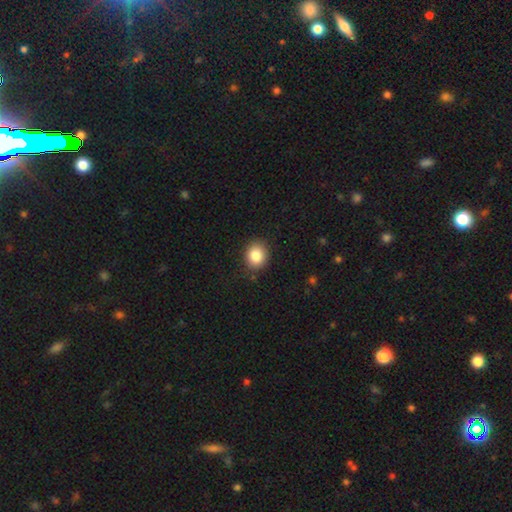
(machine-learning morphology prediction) Overall: smooth (85%). How rounded: round (64%; in between 36%). Merging: none (85%).